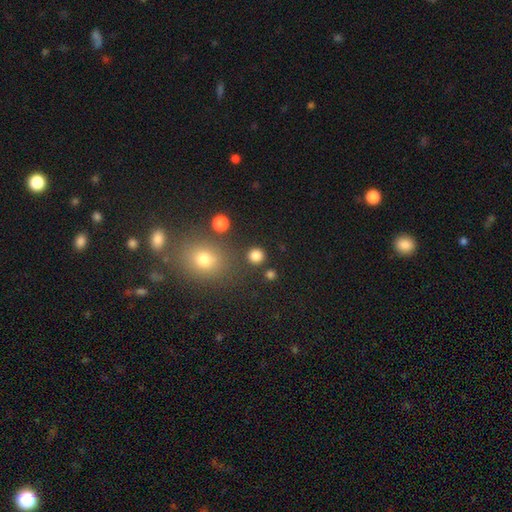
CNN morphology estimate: The model was most divided on "smooth or featured": smooth: 82%, star or artifact: 14%, featured or disk: 4%. More confident: how rounded — round (91%); merging — none (86%).